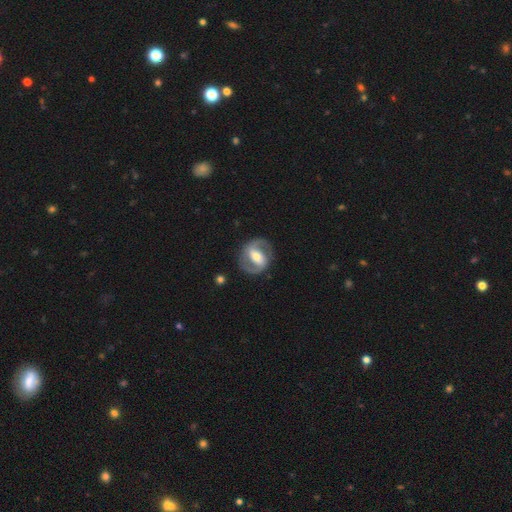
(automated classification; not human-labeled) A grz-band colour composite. It shows a featured or disk galaxy (82%) with a strong bar (55%), 2 (91%) medium (51%) spiral arms (88%) and a moderate central bulge (60%). Merging: none (84%).